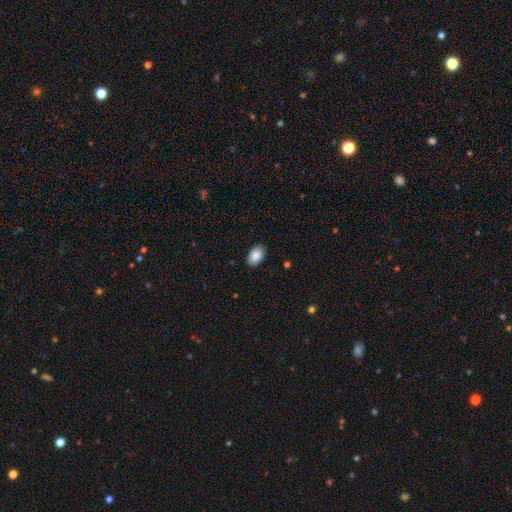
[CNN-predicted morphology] The model was most divided on "merging": none: 89%, minor disturbance: 9%, major disturbance: 2%, merger: 1%. More confident: how rounded — in between (92%); smooth or featured — smooth (88%).